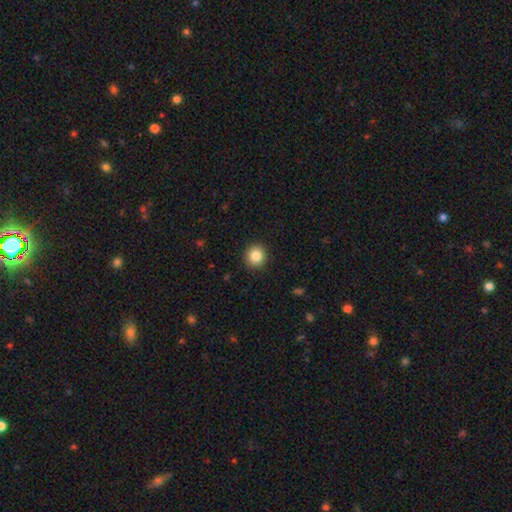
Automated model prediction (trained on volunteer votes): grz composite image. It shows a smooth galaxy with no disk features (85%) that is round (91%). Merging: none (91%).